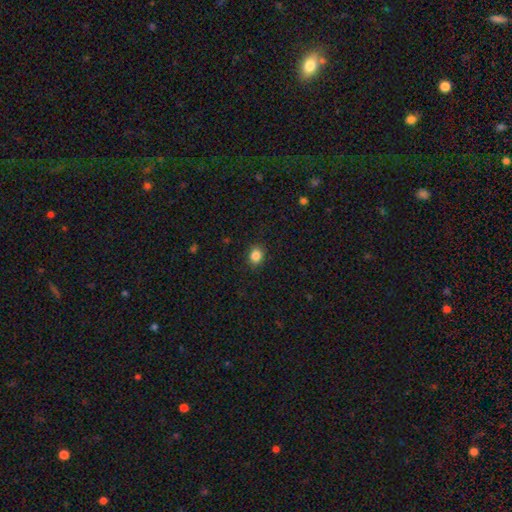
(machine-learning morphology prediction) Overall: smooth (86%). How rounded: round (60%; in between 39%). Merging: none (89%).